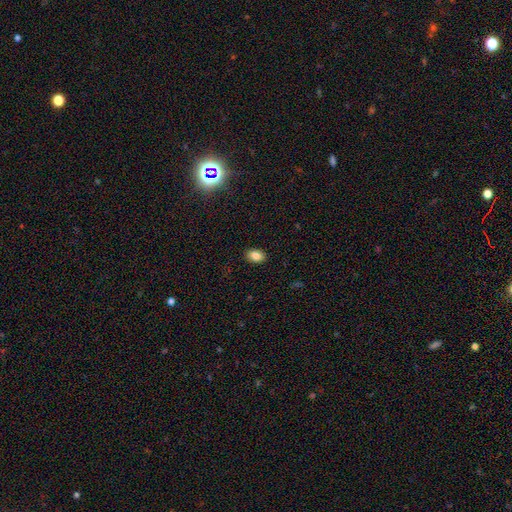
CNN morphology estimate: This is clearly a smooth galaxy (85%). How rounded: clearly in between (84%). Merging: clearly none (89%).